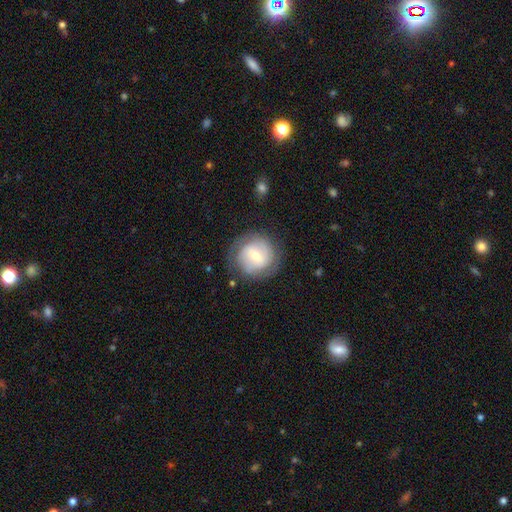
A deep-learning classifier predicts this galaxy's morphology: The model was most divided on "bulge size": small: 49%, moderate: 46%, large: 3%, none: 1%, dominant: 1%. More confident: edge-on disk — no (97%); merging — none (78%); spiral arms — yes (75%); smooth or featured — featured or disk (54%); bar — weak (51%).